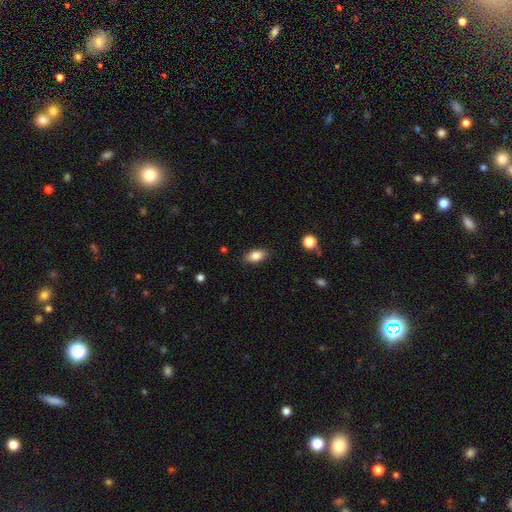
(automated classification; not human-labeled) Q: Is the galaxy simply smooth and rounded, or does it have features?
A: smooth — 83%.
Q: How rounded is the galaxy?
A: in between — 88%.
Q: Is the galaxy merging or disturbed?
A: none — 86%.